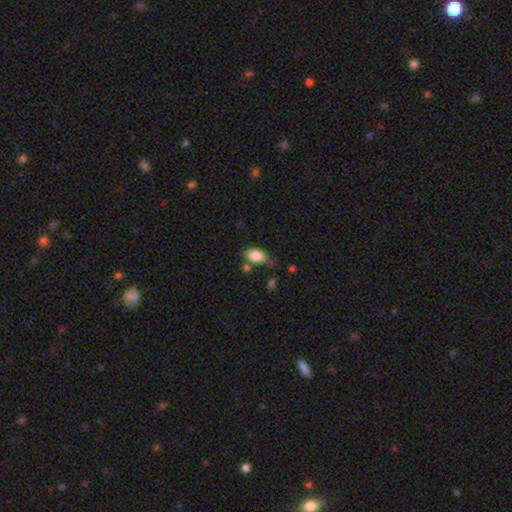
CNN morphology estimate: This is clearly a smooth galaxy (85%). How rounded: clearly in between (90%). Merging: likely none (69%).